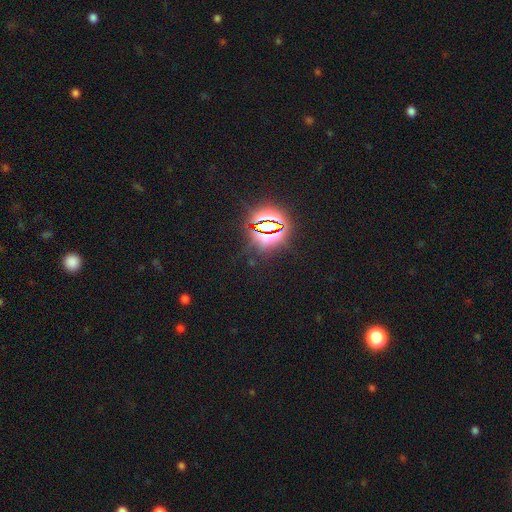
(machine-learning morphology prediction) Smooth or featured? Predicted: star or artifact (p=0.83).